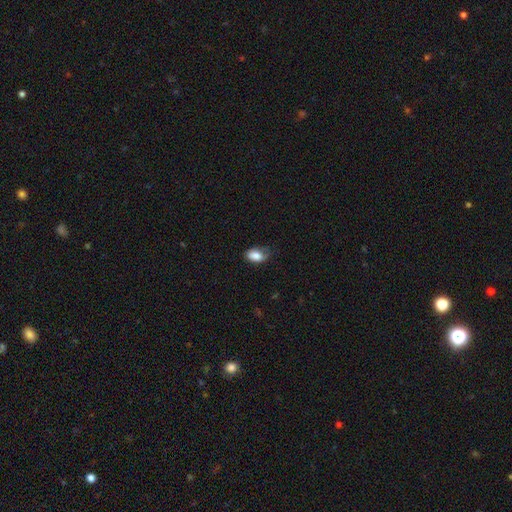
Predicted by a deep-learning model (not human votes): smooth 83%, featured or disk 9%, star or artifact 7%. Down the decision tree: how rounded — in between (89%); merging — none (48%).